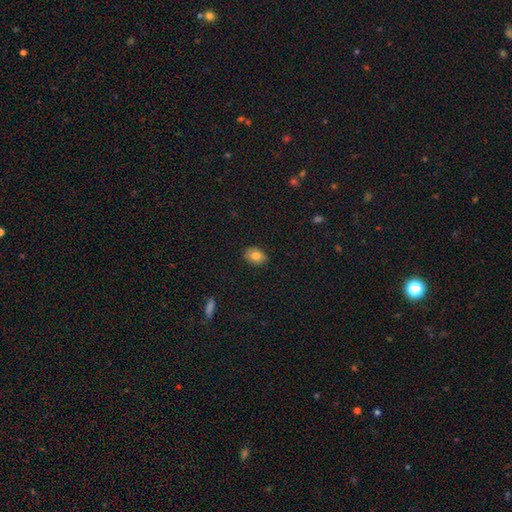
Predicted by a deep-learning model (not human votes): Smooth or featured: smooth — 79% (featured or disk — 13%)
How rounded: in between — 71% (round — 28%)
Merging: none — 86% (minor disturbance — 11%)